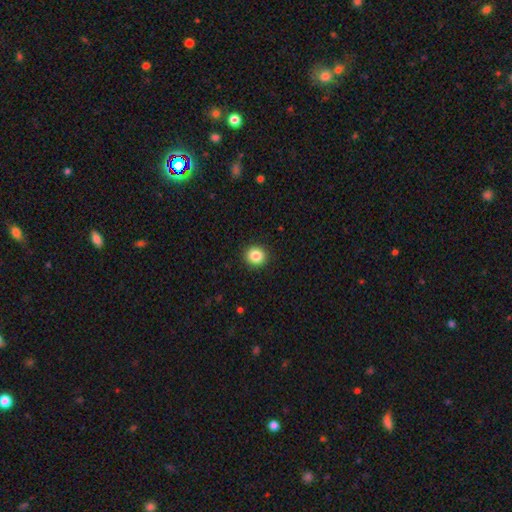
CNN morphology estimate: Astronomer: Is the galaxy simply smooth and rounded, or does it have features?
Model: smooth — 86%.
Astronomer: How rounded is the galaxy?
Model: round — 90%.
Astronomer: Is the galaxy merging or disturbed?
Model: none — 92%.